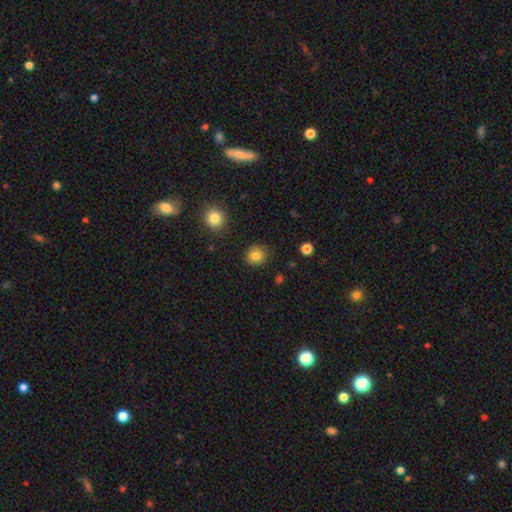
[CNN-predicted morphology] This appears to be a smooth galaxy with no disk features (81%) that is round (87%). Merging: none (85%).